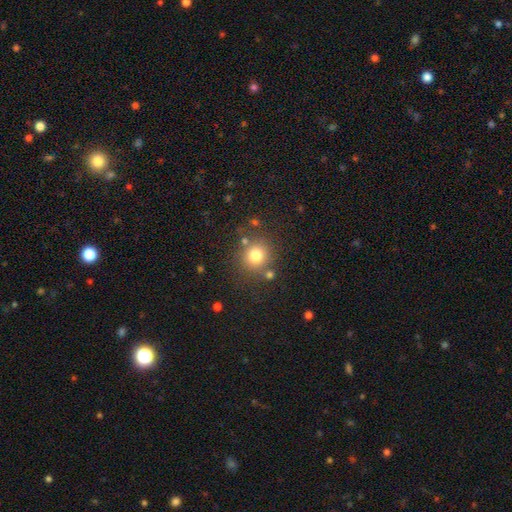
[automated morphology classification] type=smooth (78%); roundness=round (89%); merging=none (77%).